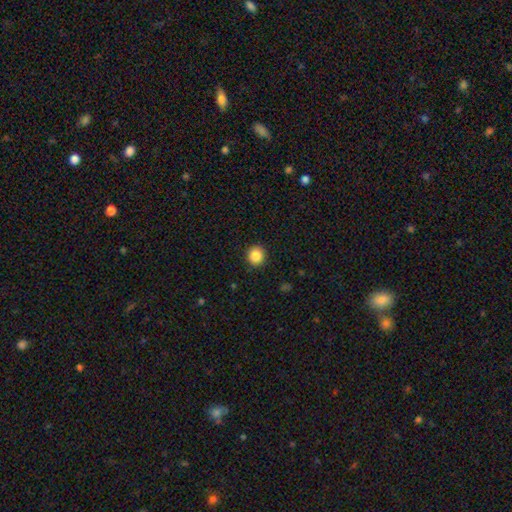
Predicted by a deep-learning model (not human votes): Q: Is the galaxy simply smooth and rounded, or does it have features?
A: smooth — 86%.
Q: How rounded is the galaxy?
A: round — 91%.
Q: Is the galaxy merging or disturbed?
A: none — 92%.